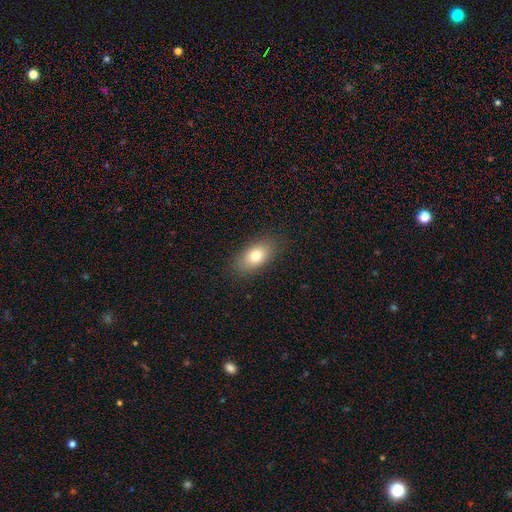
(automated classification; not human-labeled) The model was most divided on "smooth or featured": smooth: 78%, featured or disk: 14%, star or artifact: 9%. More confident: how rounded — in between (88%); merging — none (85%).